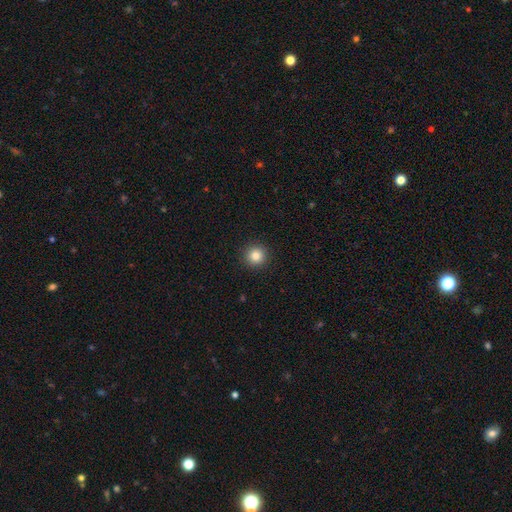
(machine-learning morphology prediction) smooth-or-featured: smooth: 84% | star or artifact: 11% | featured or disk: 5%
  how-rounded: round: 95% | in between: 4% | cigar-shaped: 1%
  merging: none: 93% | minor disturbance: 5% | major disturbance: 2% | merger: 1%